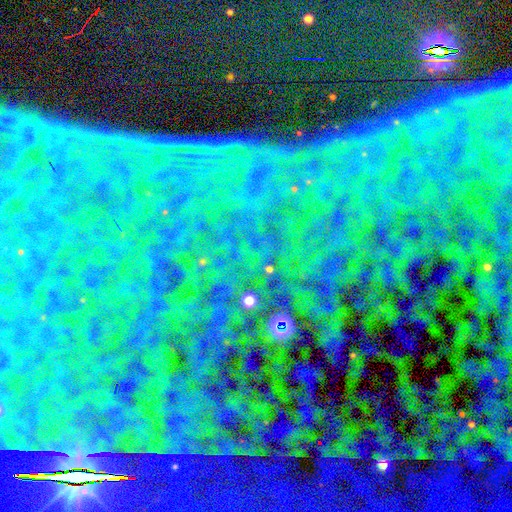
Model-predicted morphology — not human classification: This is clearly a star or artifact rather than a galaxy (87%).